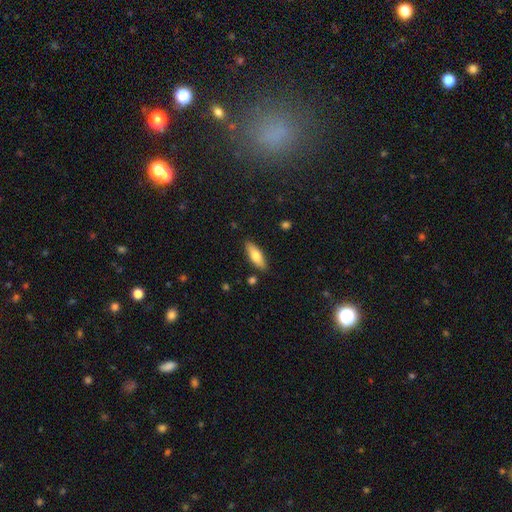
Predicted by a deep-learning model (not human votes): Q: Smooth or featured?
A: smooth (70%); runner-up: featured or disk (24%)
Q: How rounded?
A: in between (60%); runner-up: cigar-shaped (37%)
Q: Merging?
A: none (86%); runner-up: minor disturbance (10%)